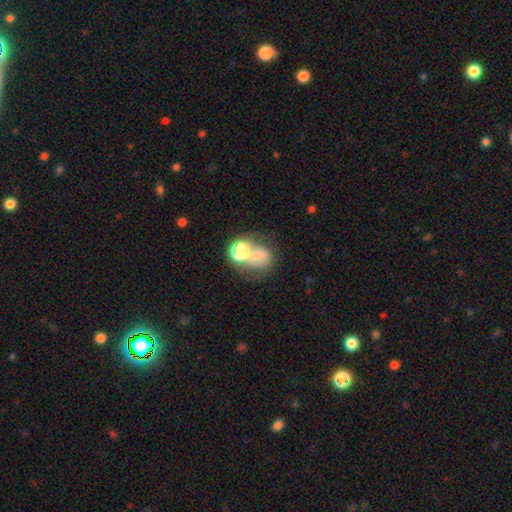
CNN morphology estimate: Overall: smooth (56%; featured or disk 26%). How rounded: round (59%; in between 40%). Merging: merger (45%; none 28%).